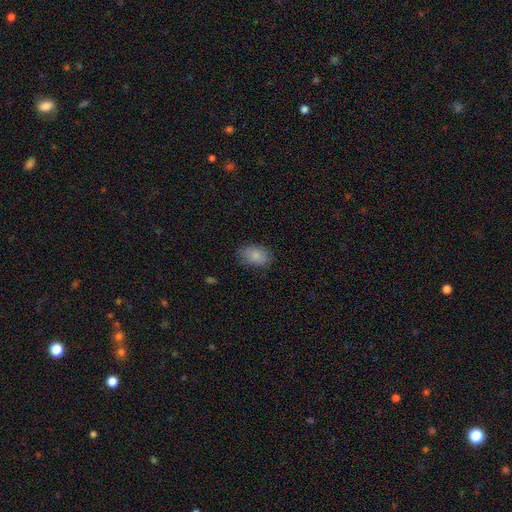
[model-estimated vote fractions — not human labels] Morphology: type=smooth (84%); roundness=in between (85%); merging=none (76%).